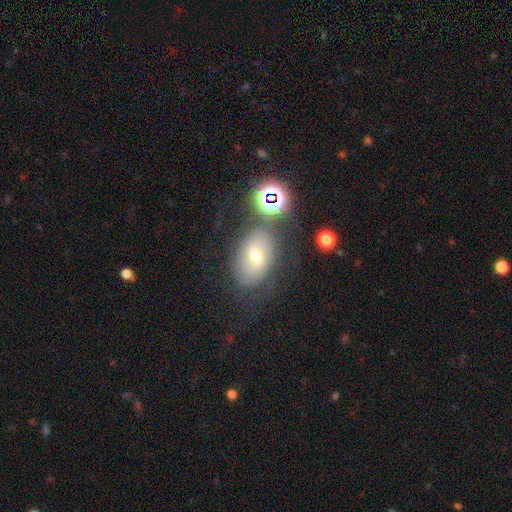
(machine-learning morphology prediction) smooth-or-featured: featured or disk: 45% | smooth: 37% | star or artifact: 18%
  merging: none: 60% | minor disturbance: 19% | major disturbance: 12% | merger: 10%